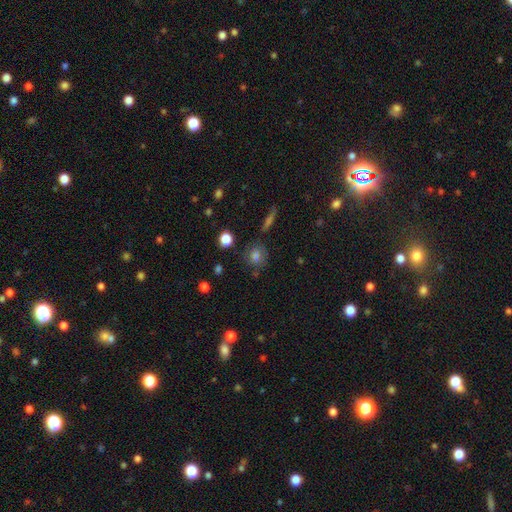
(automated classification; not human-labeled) Q: Smooth or featured?
A: smooth (71%); runner-up: star or artifact (16%)
Q: How rounded?
A: round (63%); runner-up: in between (34%)
Q: Merging?
A: none (73%); runner-up: minor disturbance (15%)